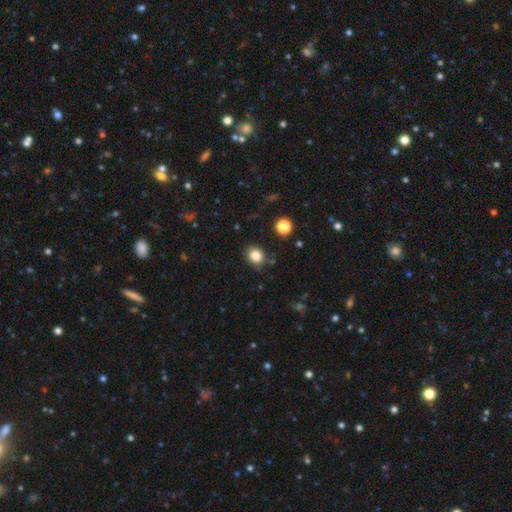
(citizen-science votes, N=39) A smooth galaxy with no disk features (90%) that is round (71%). Merging: none (86%).